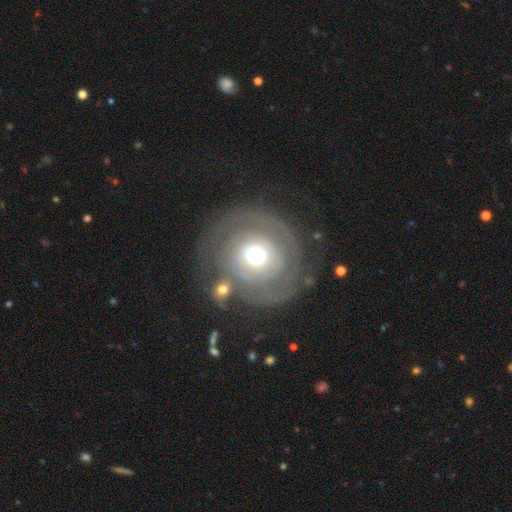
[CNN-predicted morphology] Smooth or featured?
  - featured or disk: 73% *
  - smooth: 21%
  - star or artifact: 6%
Edge-on disk?
  - no: 97% *
  - yes: 3%
Bar?
  - no: 77% *
  - weak: 18%
  - strong: 6%
Spiral arms?
  - yes: 74% *
  - no: 26%
Spiral winding?
  - tight: 75% *
  - medium: 17%
  - loose: 8%
Spiral arm count?
  - can't tell: 40% *
  - 2: 32%
  - 3: 10%
  - 1: 8%
  - 4: 5%
  - more than 4: 5%
Bulge size?
  - moderate: 62% *
  - small: 18%
  - large: 16%
  - dominant: 2%
  - none: 1%
Merging?
  - none: 69% *
  - minor disturbance: 15%
  - major disturbance: 11%
  - merger: 5%